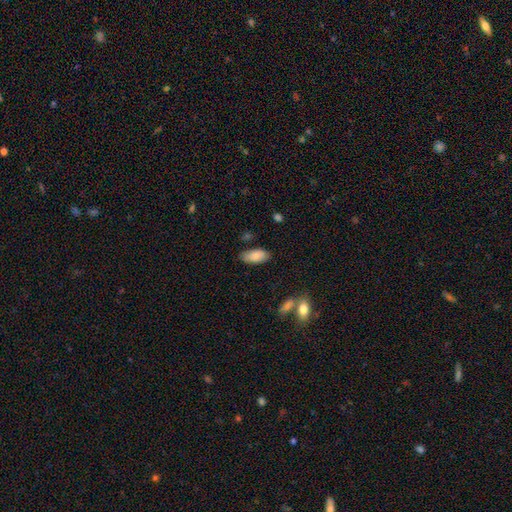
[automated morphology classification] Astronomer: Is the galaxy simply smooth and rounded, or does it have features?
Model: smooth — 86%.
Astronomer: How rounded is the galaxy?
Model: in between — 90%.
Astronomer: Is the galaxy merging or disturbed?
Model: none — 79%.